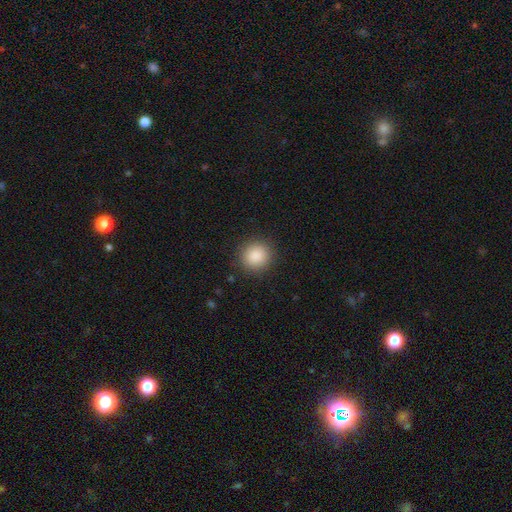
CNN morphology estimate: This is clearly a smooth galaxy (88%). How rounded: clearly round (88%). Merging: clearly none (90%).